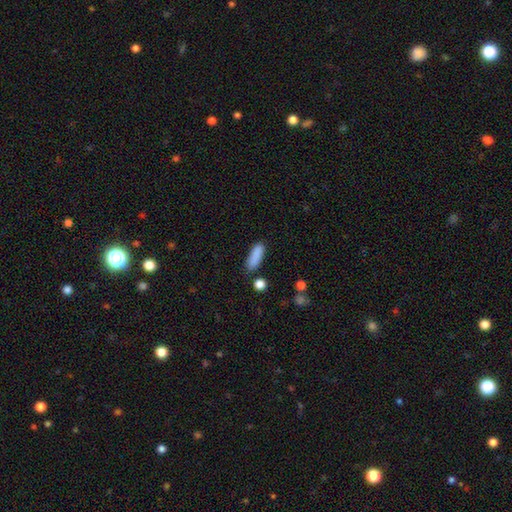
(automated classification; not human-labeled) Smooth or featured: smooth — 87% (star or artifact — 7%)
How rounded: in between — 56% (cigar-shaped — 42%)
Merging: none — 78% (minor disturbance — 15%)